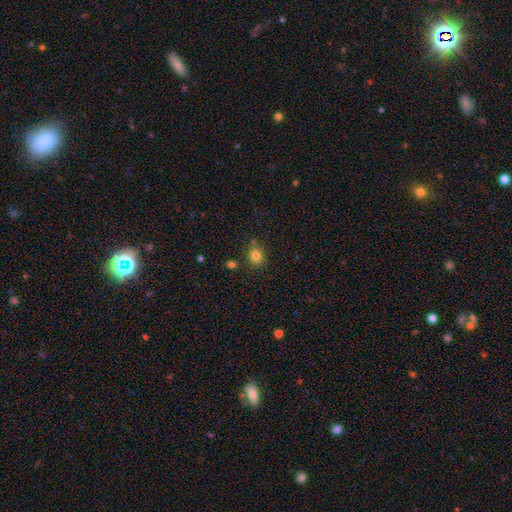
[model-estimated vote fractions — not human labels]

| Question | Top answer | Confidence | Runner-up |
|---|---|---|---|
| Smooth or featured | smooth | 81% | star or artifact (13%) |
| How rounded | round | 68% | in between (31%) |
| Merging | none | 77% | minor disturbance (13%) |